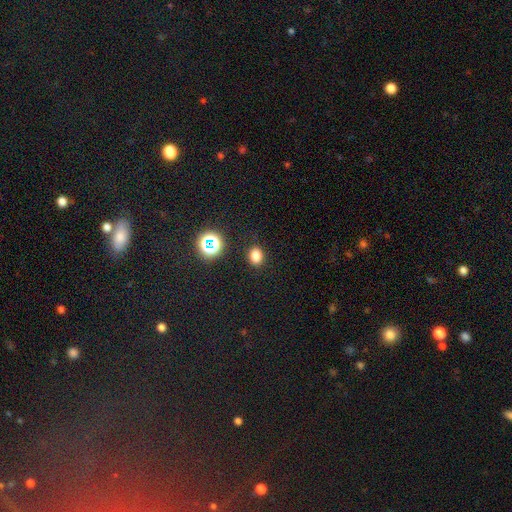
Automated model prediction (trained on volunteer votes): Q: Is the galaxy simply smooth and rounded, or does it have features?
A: smooth — 79%.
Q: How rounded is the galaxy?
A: in between — 51%.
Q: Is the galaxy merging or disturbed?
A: none — 87%.